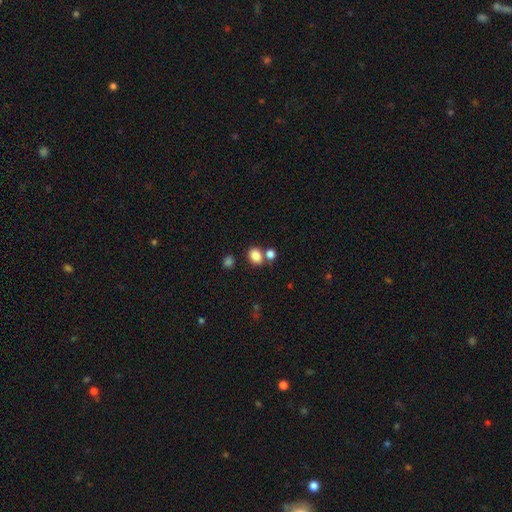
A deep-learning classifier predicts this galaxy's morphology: This is clearly a smooth galaxy (84%). How rounded: possibly in between (57%). Merging: likely none (61%).